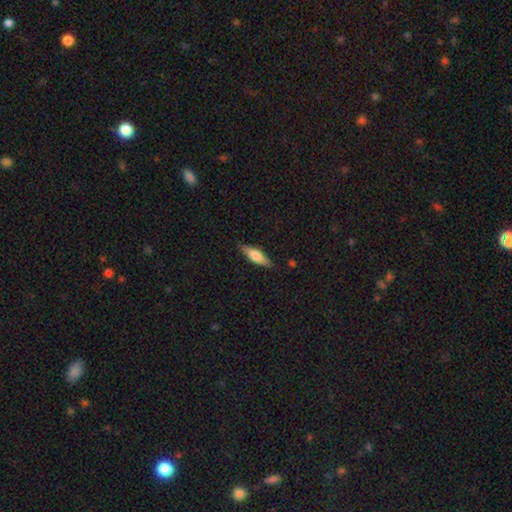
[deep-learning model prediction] smooth-or-featured: smooth: 60% | featured or disk: 33% | star or artifact: 6%
  how-rounded: cigar-shaped: 52% | in between: 46% | round: 2%
  merging: none: 84% | minor disturbance: 12% | major disturbance: 2% | merger: 1%